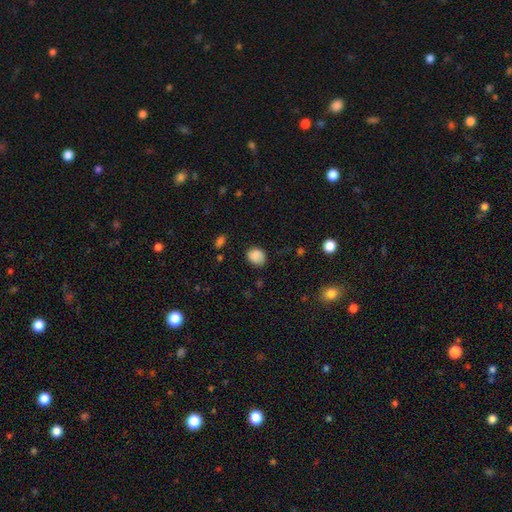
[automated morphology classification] Smooth or featured? smooth (84%)
How rounded? round (58%)
Merging? none (70%)